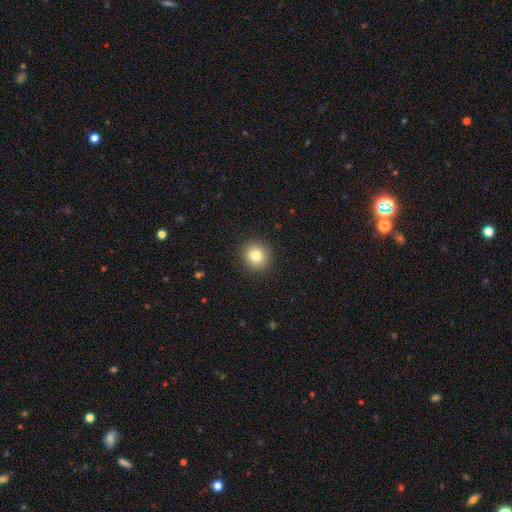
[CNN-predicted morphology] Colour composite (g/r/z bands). It shows a smooth galaxy with no disk features (82%) that is round (86%). Merging: none (91%).